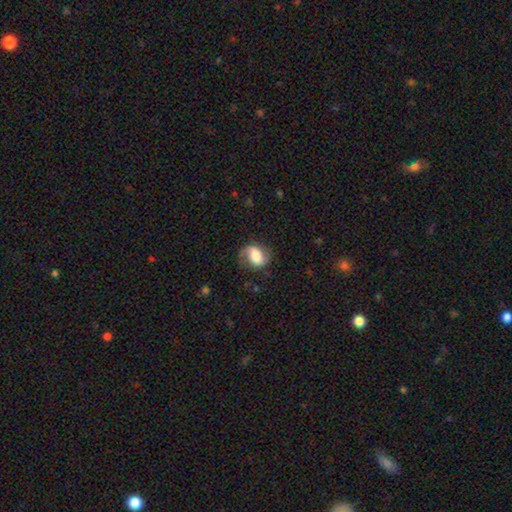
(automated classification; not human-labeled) smooth_or_featured: featured or disk (p=0.48) [alt: smooth p=0.44]
merging: none (p=0.63) [alt: minor disturbance p=0.22]